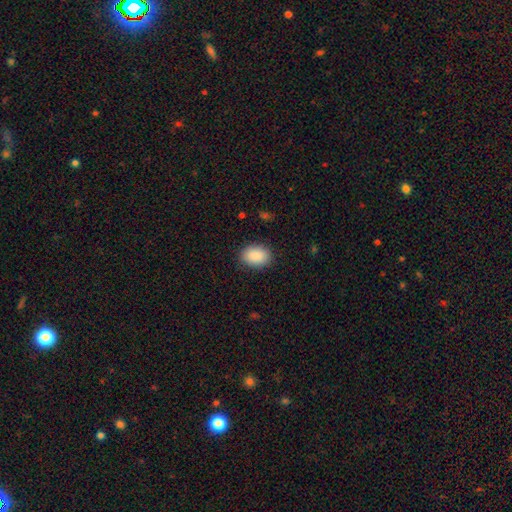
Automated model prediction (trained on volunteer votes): Overall: smooth (90%). How rounded: in between (79%). Merging: none (87%).